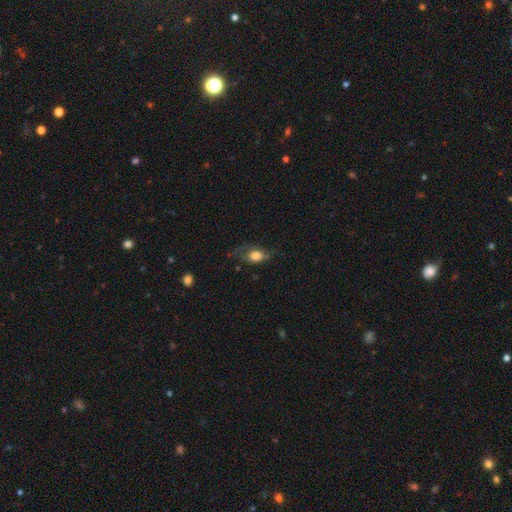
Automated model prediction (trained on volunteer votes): smooth-or-featured: smooth: 70% | featured or disk: 20% | star or artifact: 9%
  how-rounded: in between: 75% | round: 20% | cigar-shaped: 5%
  merging: none: 41% | minor disturbance: 29% | major disturbance: 27% | merger: 3%